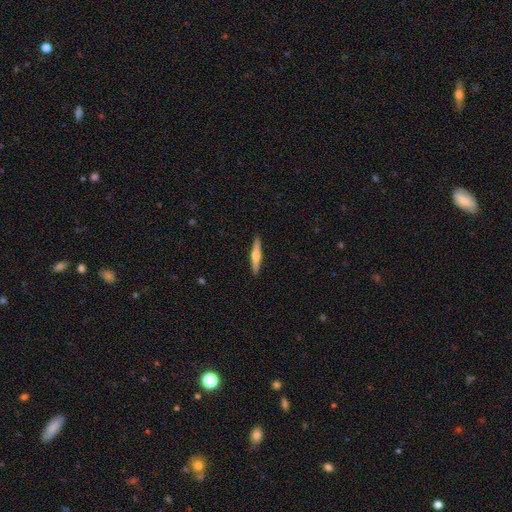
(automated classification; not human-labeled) A featured or disk galaxy (58%) viewed edge-on (97%) with a rounded central bulge (90%). Merging: none (92%).